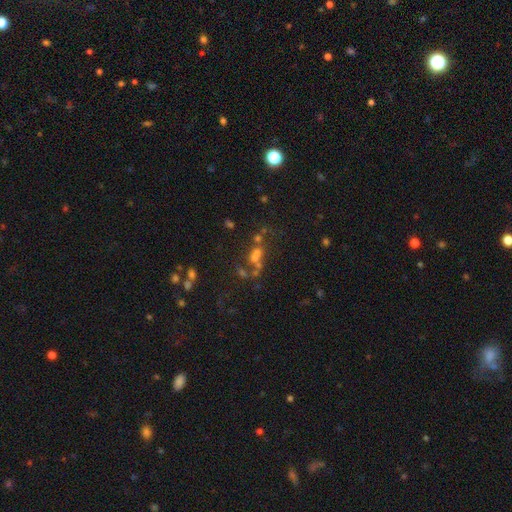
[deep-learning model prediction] Smooth or featured: star or artifact — 37% (smooth — 36%)